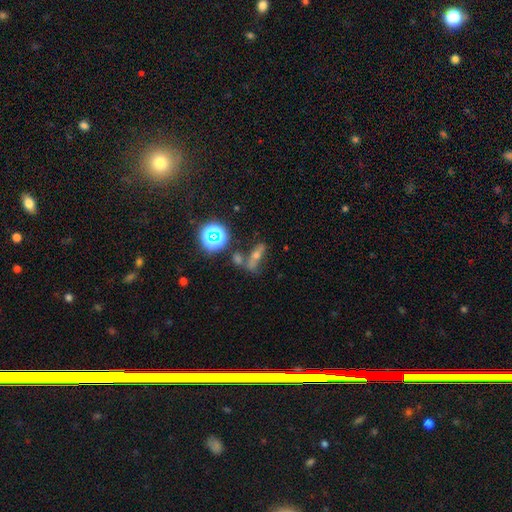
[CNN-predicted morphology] Smooth or featured?
  - featured or disk: 38% *
  - star or artifact: 34%
  - smooth: 29%
Merging?
  - none: 57% *
  - merger: 20%
  - minor disturbance: 15%
  - major disturbance: 9%